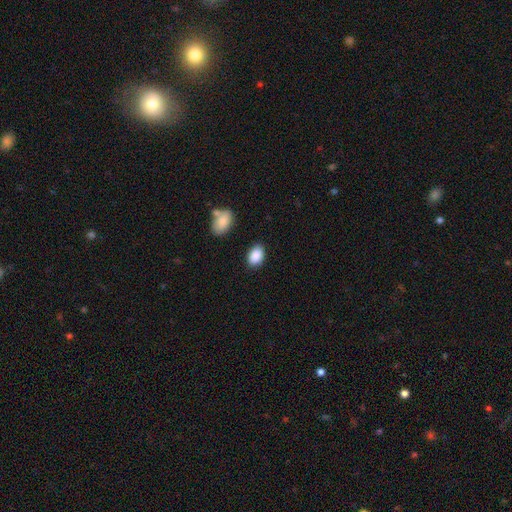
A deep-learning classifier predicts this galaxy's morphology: Smooth or featured? smooth (89%)
How rounded? in between (85%)
Merging? none (83%)